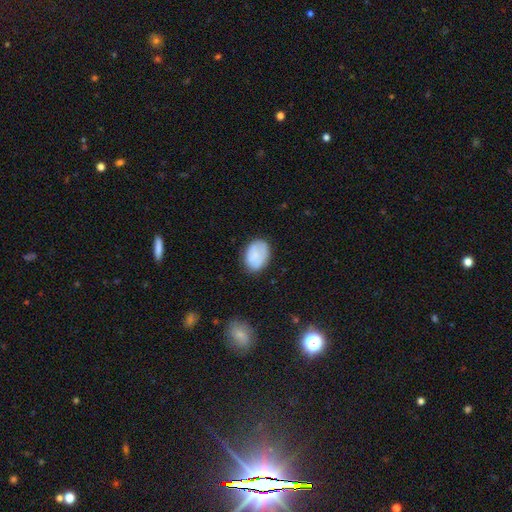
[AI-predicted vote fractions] A smooth galaxy with no disk features (79%) that is in between round and cigar-shaped (78%). Merging: none (74%).